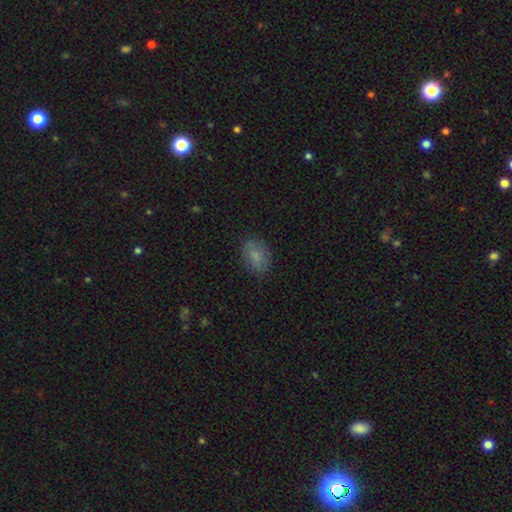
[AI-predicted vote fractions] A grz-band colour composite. It shows a smooth galaxy with no disk features (78%) that is in between round and cigar-shaped (78%). Merging: none (79%).